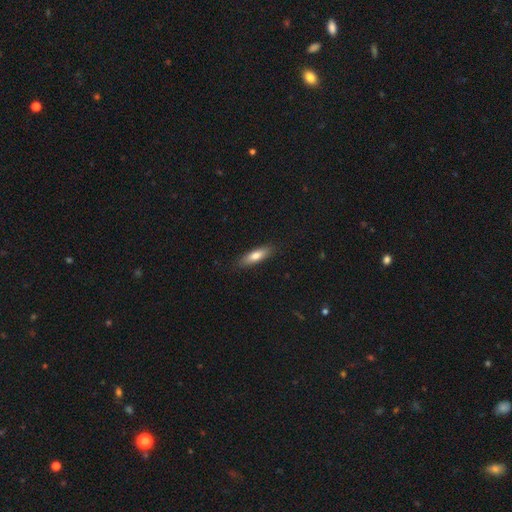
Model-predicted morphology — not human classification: type=smooth (73%); roundness=cigar-shaped (51%); merging=none (87%).